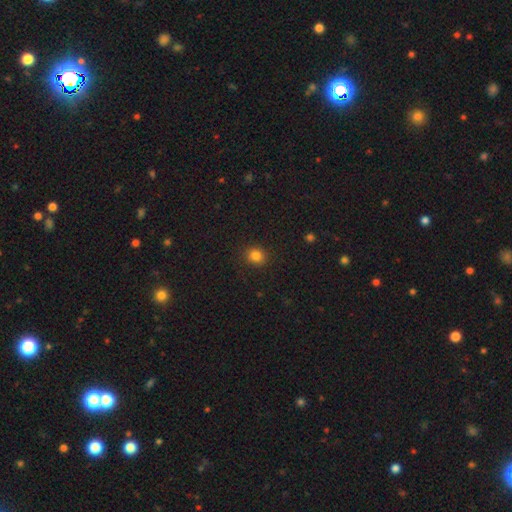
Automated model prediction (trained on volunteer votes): This appears to be a smooth galaxy with no disk features (83%) that is round (78%). Merging: none (90%).